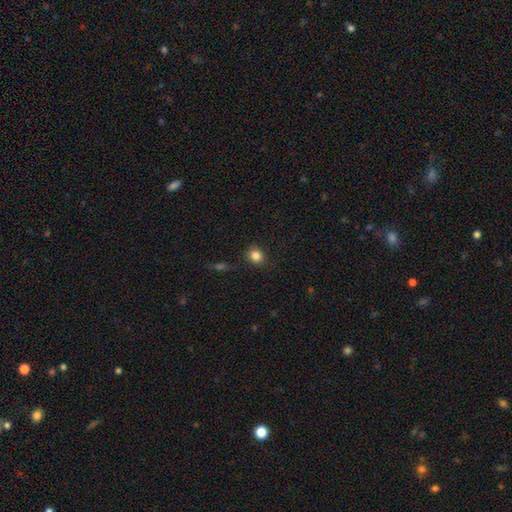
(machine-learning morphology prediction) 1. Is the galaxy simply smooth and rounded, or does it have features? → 84% smooth, 11% star or artifact, 5% featured or disk.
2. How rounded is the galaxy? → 76% round, 23% in between, 1% cigar-shaped.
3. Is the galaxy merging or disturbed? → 84% none, 10% minor disturbance, 3% major disturbance, 2% merger.